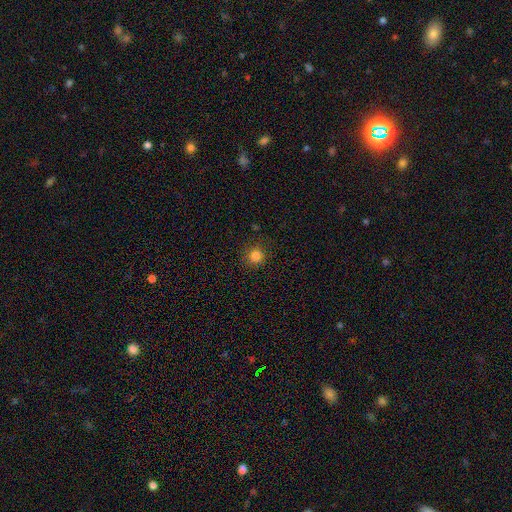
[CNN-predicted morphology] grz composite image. It shows a smooth galaxy with no disk features (82%) that is round (90%). Merging: none (87%).